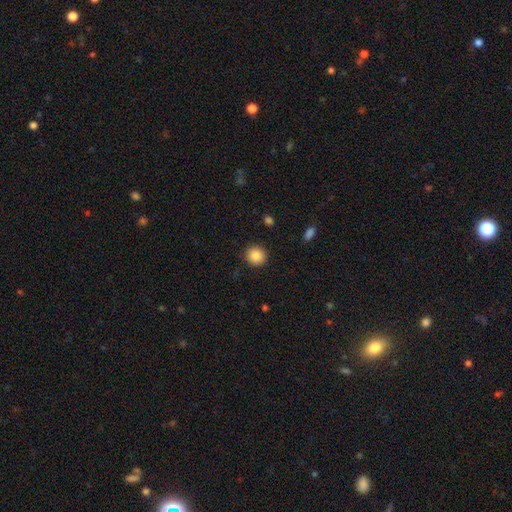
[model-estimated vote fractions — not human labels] Smooth or featured? Predicted: smooth (p=0.86). How rounded? Predicted: round (p=0.91). Merging? Predicted: none (p=0.91).